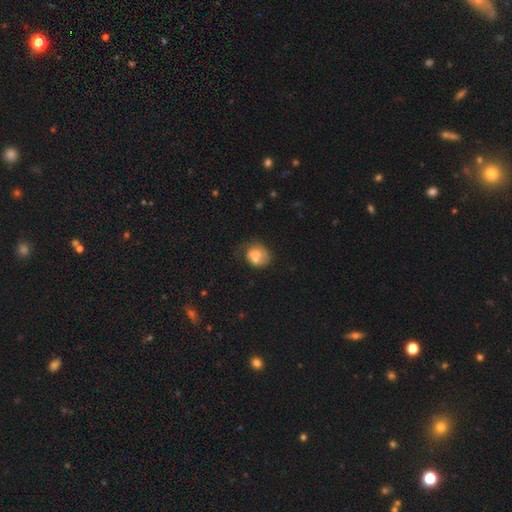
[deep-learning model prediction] Smooth or featured?
  - smooth: 51% *
  - featured or disk: 41%
  - star or artifact: 9%
How rounded?
  - round: 53% *
  - in between: 46%
  - cigar-shaped: 1%
Merging?
  - none: 35% *
  - merger: 25%
  - minor disturbance: 23%
  - major disturbance: 17%